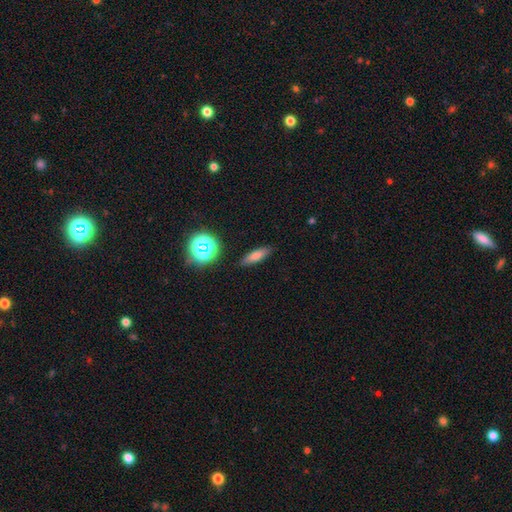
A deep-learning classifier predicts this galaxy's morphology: Smooth or featured: smooth — 72% (featured or disk — 14%)
How rounded: cigar-shaped — 55% (in between — 40%)
Merging: none — 86% (minor disturbance — 9%)